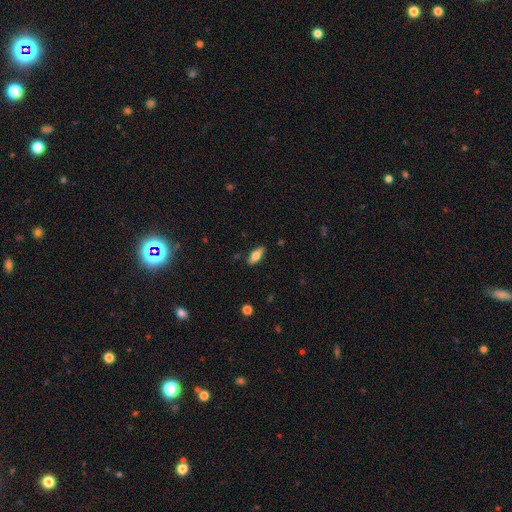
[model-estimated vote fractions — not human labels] Smooth or featured? smooth (72%)
How rounded? in between (74%)
Merging? none (83%)